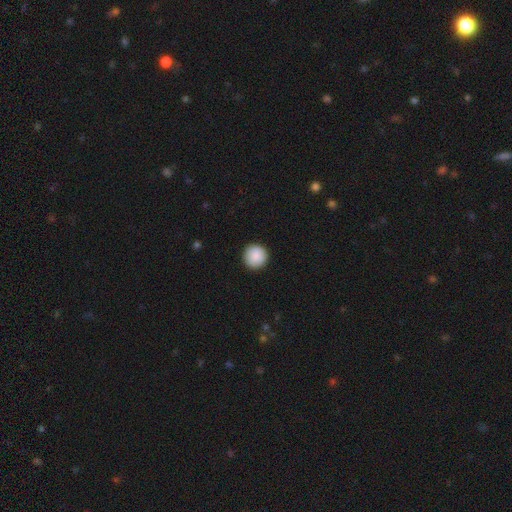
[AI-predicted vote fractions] A smooth galaxy with no disk features (89%) that is round (96%). Merging: none (92%).